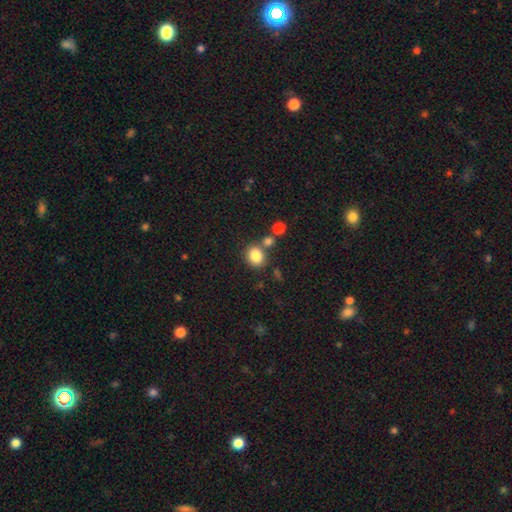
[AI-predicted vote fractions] A smooth galaxy with no disk features (84%) that is round (55%).

Vote fractions:
- Smooth or featured? smooth: 84% / star or artifact: 10% / featured or disk: 6%
- How rounded? round: 55% / in between: 44% / cigar-shaped: 1%
- Merging? none: 67% / merger: 17% / minor disturbance: 12% / major disturbance: 4%